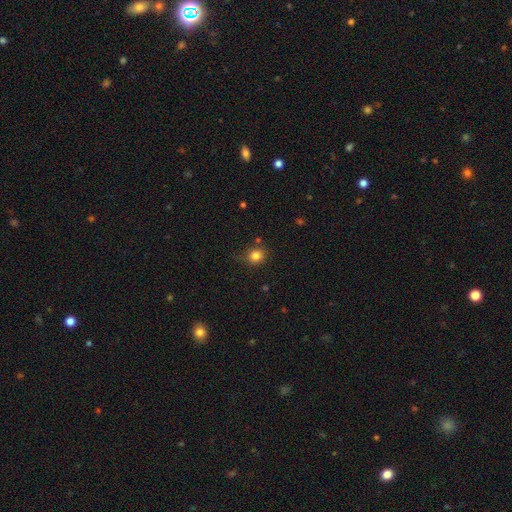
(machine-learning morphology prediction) Smooth or featured? Predicted: smooth (p=0.82). How rounded? Predicted: round (p=0.80). Merging? Predicted: none (p=0.75).